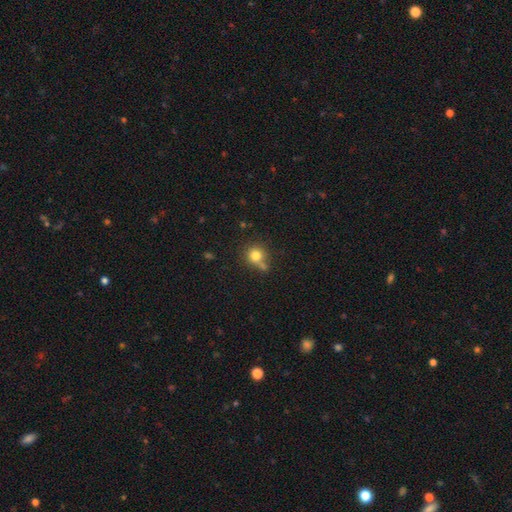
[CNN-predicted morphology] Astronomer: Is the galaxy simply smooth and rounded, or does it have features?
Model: smooth — 79%.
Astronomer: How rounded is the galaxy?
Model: round — 88%.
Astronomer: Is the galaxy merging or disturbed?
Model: none — 60%.